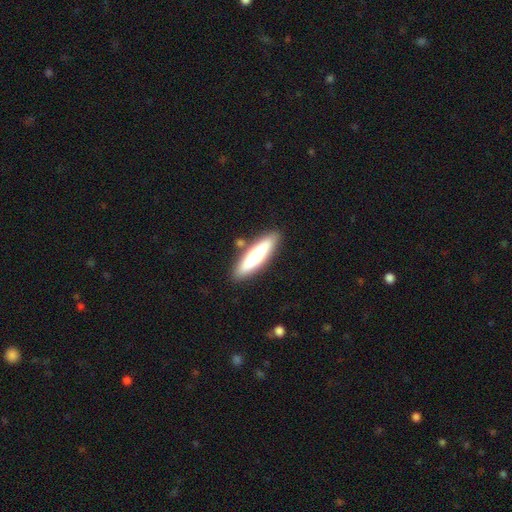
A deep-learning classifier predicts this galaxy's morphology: type=smooth (64%); roundness=cigar-shaped (77%); merging=none (84%).